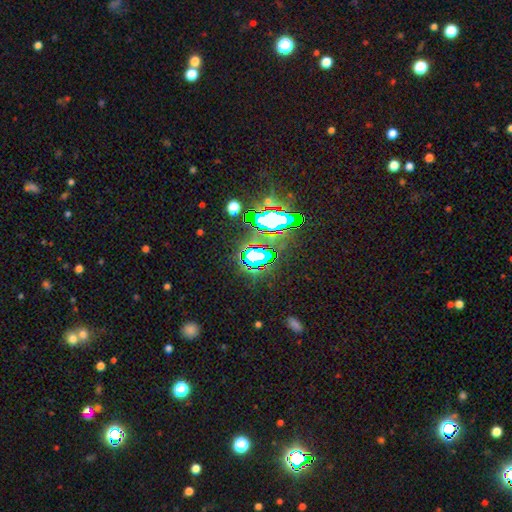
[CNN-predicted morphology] smooth-or-featured: star or artifact: 71% | smooth: 18% | featured or disk: 11%